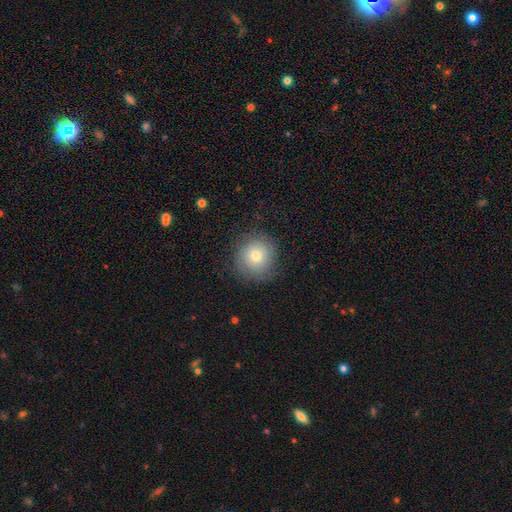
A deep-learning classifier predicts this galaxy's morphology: Q: Smooth or featured?
A: smooth (63%); runner-up: featured or disk (26%)
Q: How rounded?
A: round (91%); runner-up: in between (8%)
Q: Merging?
A: none (80%); runner-up: minor disturbance (14%)